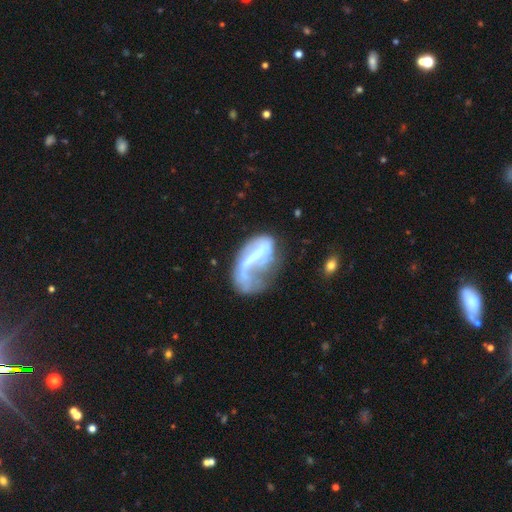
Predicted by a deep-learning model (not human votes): Q: Smooth or featured?
A: featured or disk (66%); runner-up: smooth (26%)
Q: Edge-on disk?
A: no (94%); runner-up: yes (6%)
Q: Bar?
A: strong (38%); runner-up: weak (32%)
Q: Spiral arms?
A: yes (56%); runner-up: no (44%)
Q: Bulge size?
A: none (36%); runner-up: small (29%)
Q: Merging?
A: major disturbance (49%); runner-up: none (22%)